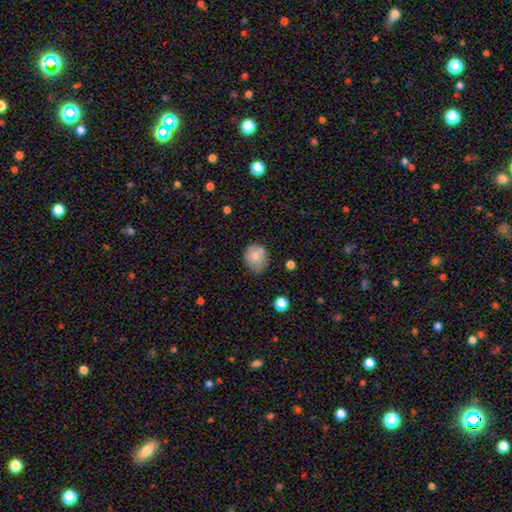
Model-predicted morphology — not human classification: Overall: smooth (70%). How rounded: round (58%; in between 41%). Merging: none (58%; minor disturbance 30%).